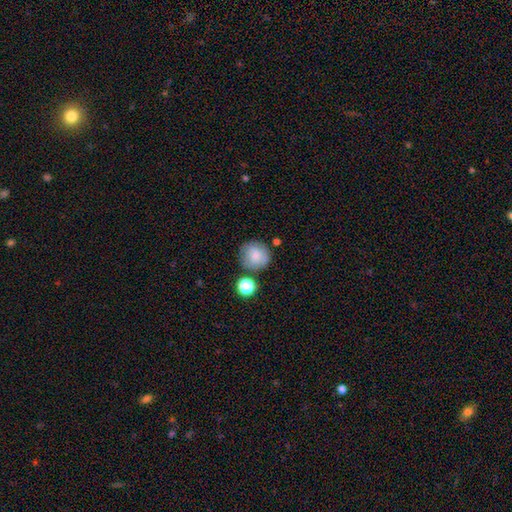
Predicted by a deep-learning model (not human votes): A smooth galaxy with no disk features (79%) that is round (90%). Merging: none (72%).